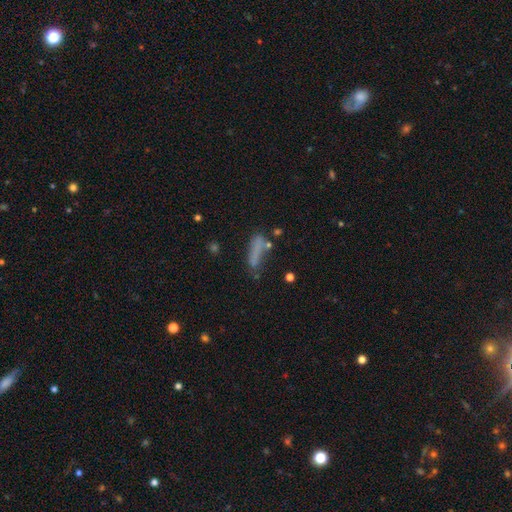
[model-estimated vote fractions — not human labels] Smooth or featured? smooth (59%)
How rounded? cigar-shaped (71%)
Merging? none (54%)